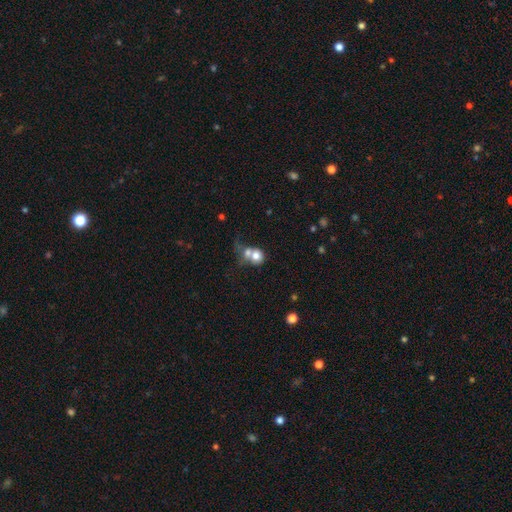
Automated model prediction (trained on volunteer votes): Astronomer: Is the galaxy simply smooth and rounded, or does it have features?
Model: smooth — 72%.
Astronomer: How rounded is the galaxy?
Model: round — 72%.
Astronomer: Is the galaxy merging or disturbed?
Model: merger — 63%.